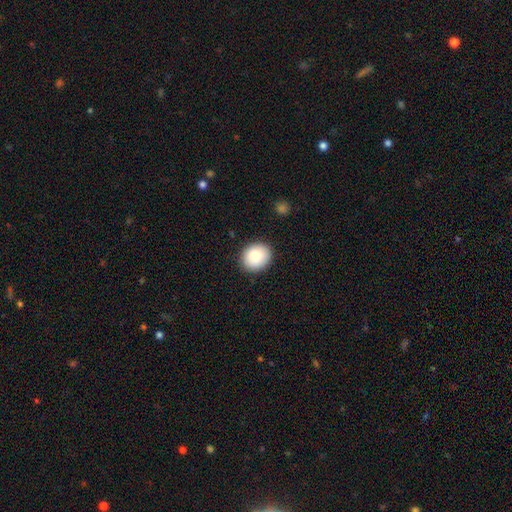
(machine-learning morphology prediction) smooth 82%, featured or disk 11%, star or artifact 8%. Down the decision tree: how rounded — round (70%); merging — none (89%).